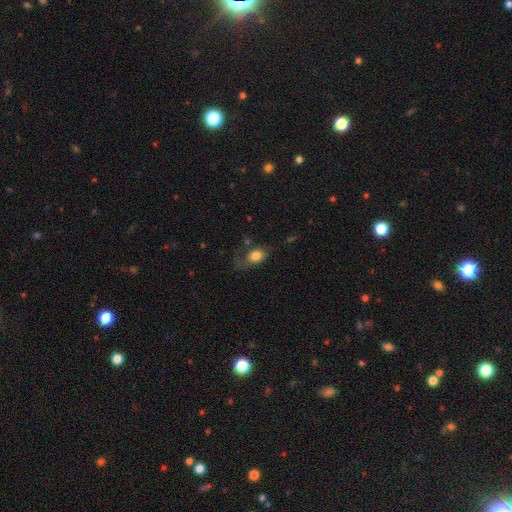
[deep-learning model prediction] Morphology: type=smooth (77%); roundness=in between (73%); merging=none (44%).